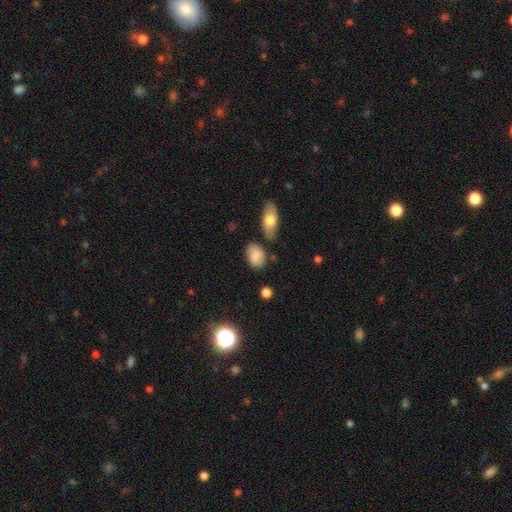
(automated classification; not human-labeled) Overall: smooth (84%). How rounded: in between (83%). Merging: none (72%).